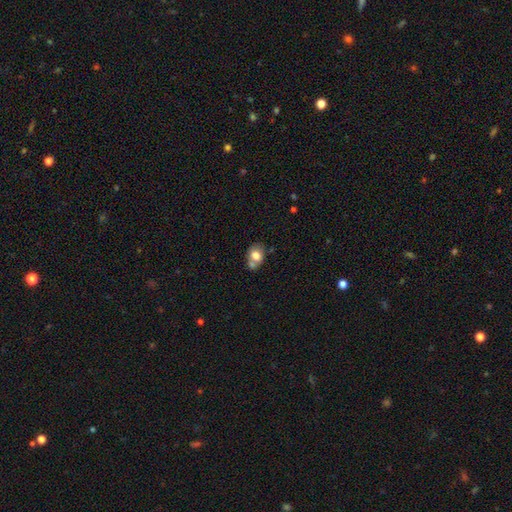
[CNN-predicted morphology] smooth-or-featured: smooth: 74% | featured or disk: 18% | star or artifact: 9%
  how-rounded: in between: 58% | round: 41% | cigar-shaped: 1%
  merging: none: 42% | merger: 36% | minor disturbance: 16% | major disturbance: 5%